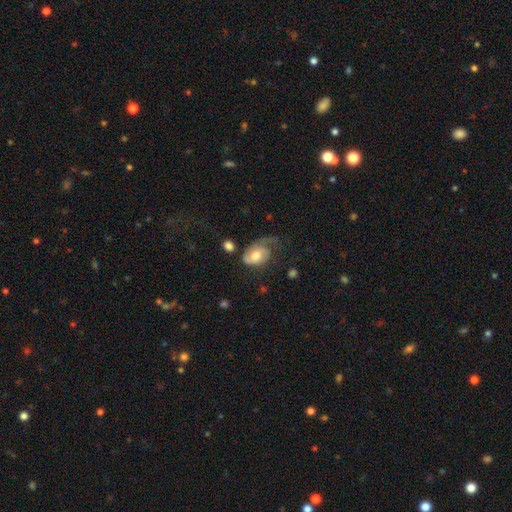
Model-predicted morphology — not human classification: Q: Smooth or featured?
A: featured or disk (52%); runner-up: smooth (41%)
Q: Edge-on disk?
A: no (96%); runner-up: yes (4%)
Q: Merging?
A: major disturbance (40%); runner-up: none (29%)